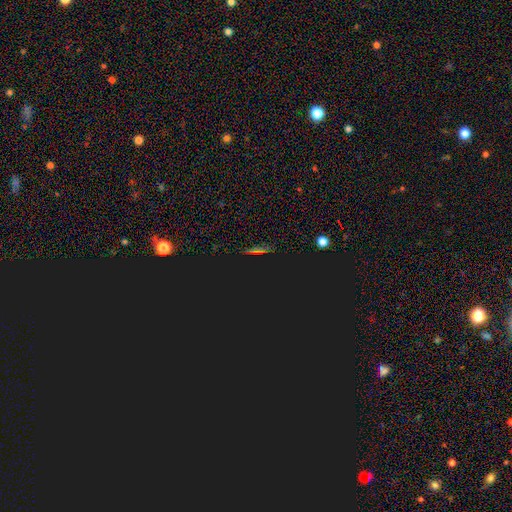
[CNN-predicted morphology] Overall: star or artifact (58%; smooth 31%).